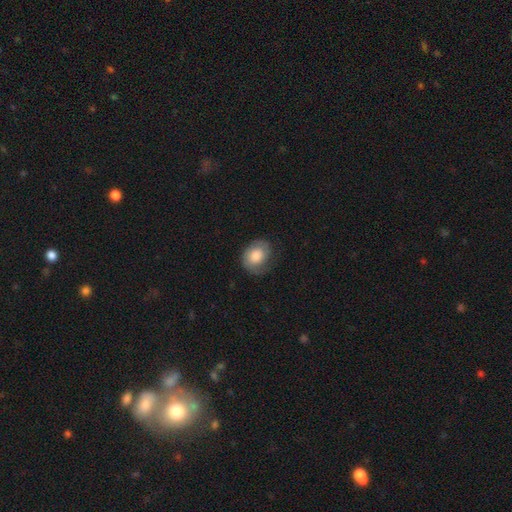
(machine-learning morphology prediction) smooth_or_featured: smooth (p=0.62) [alt: featured or disk p=0.31]
how_rounded: round (p=0.50) [alt: in between p=0.49]
merging: none (p=0.63) [alt: minor disturbance p=0.24]